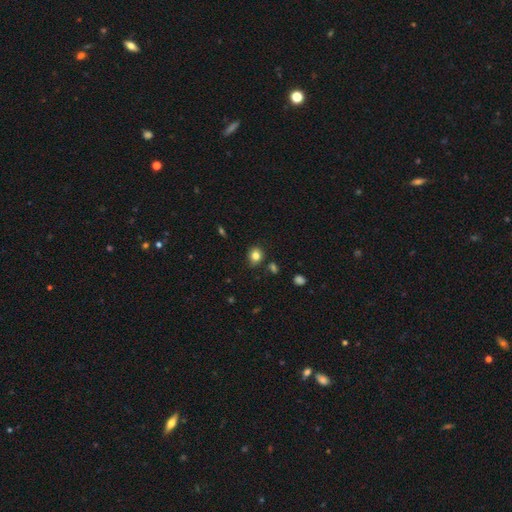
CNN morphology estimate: Q: Smooth or featured?
A: smooth (82%); runner-up: star or artifact (11%)
Q: How rounded?
A: round (63%); runner-up: in between (36%)
Q: Merging?
A: none (77%); runner-up: minor disturbance (16%)